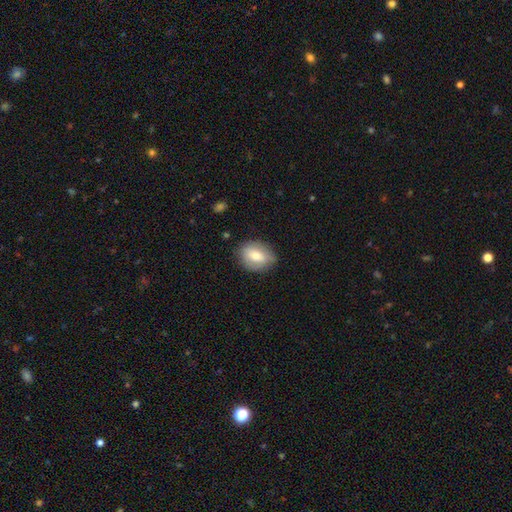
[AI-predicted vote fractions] smooth 68%, featured or disk 25%, star or artifact 8%. Down the decision tree: how rounded — in between (57%); merging — none (78%).